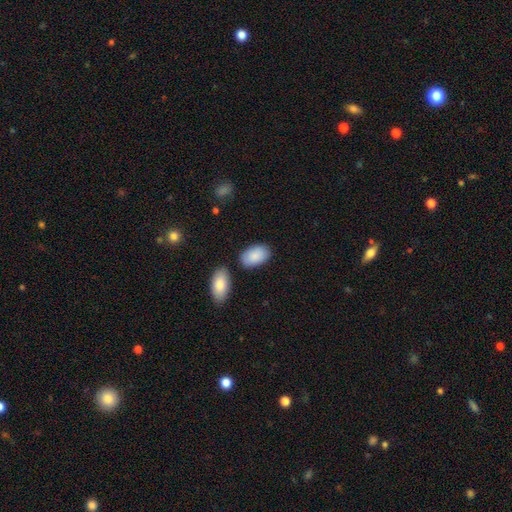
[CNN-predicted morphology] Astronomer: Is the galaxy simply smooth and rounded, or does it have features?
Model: smooth — 89%.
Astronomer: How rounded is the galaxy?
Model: in between — 94%.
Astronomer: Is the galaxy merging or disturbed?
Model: none — 76%.